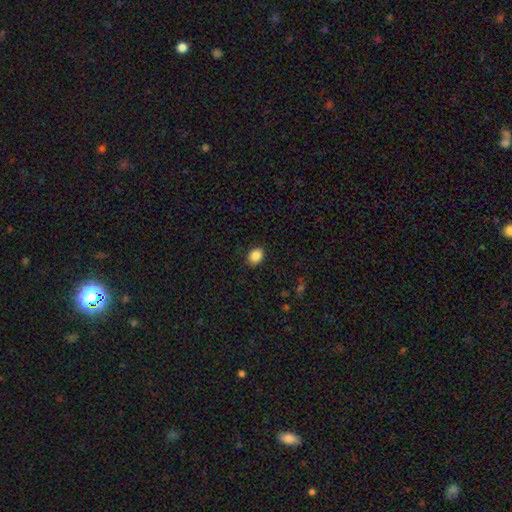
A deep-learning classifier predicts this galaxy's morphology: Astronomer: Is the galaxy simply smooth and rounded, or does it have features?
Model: smooth — 87%.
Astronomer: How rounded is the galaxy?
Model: in between — 61% (runner-up: round, 38%).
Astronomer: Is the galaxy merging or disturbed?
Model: none — 89%.